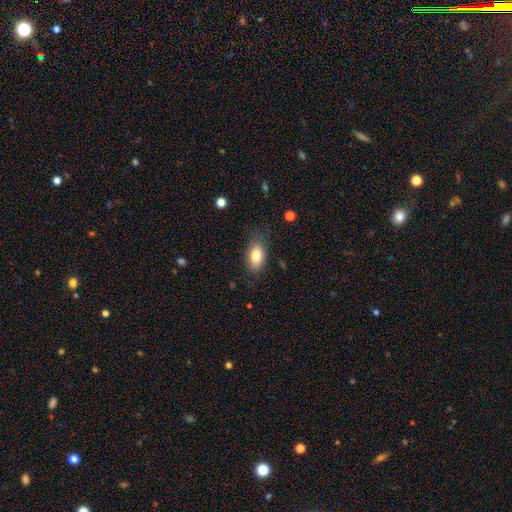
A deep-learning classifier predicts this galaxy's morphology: Overall: smooth (79%). How rounded: in between (90%). Merging: none (79%).